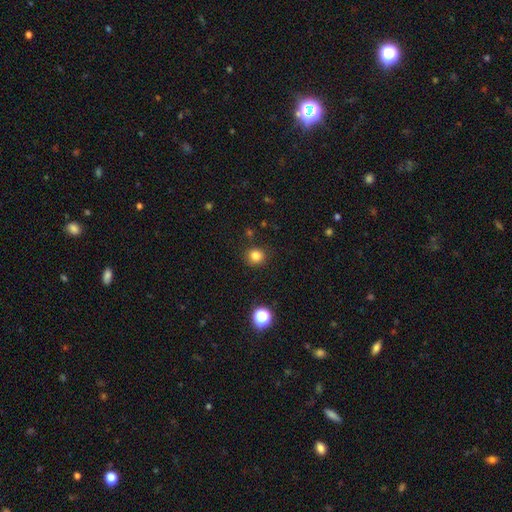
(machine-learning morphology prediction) Q: Smooth or featured?
A: smooth (82%); runner-up: star or artifact (13%)
Q: How rounded?
A: round (88%); runner-up: in between (11%)
Q: Merging?
A: none (88%); runner-up: minor disturbance (7%)